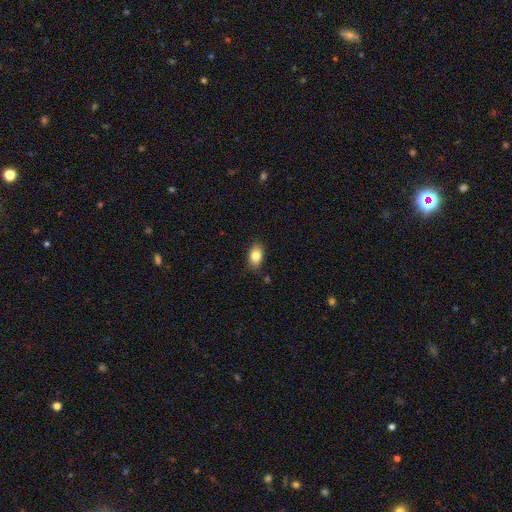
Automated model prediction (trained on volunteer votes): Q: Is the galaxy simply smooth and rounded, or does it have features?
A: smooth — 84%.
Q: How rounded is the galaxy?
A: in between — 84%.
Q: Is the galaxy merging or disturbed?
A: none — 85%.